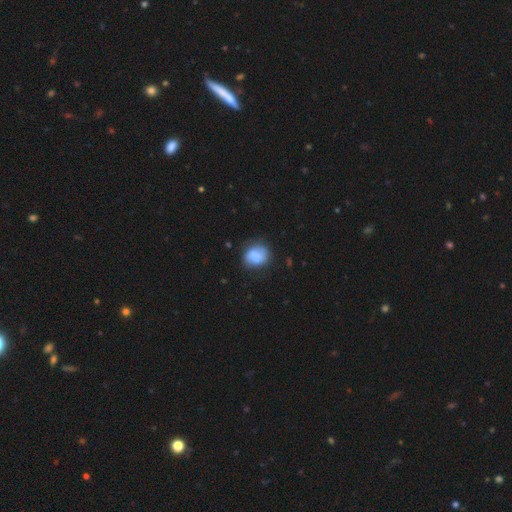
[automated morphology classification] Smooth or featured?
  - smooth: 79% *
  - featured or disk: 13%
  - star or artifact: 8%
How rounded?
  - round: 63% *
  - in between: 36%
  - cigar-shaped: 1%
Merging?
  - none: 68% *
  - minor disturbance: 22%
  - major disturbance: 7%
  - merger: 2%